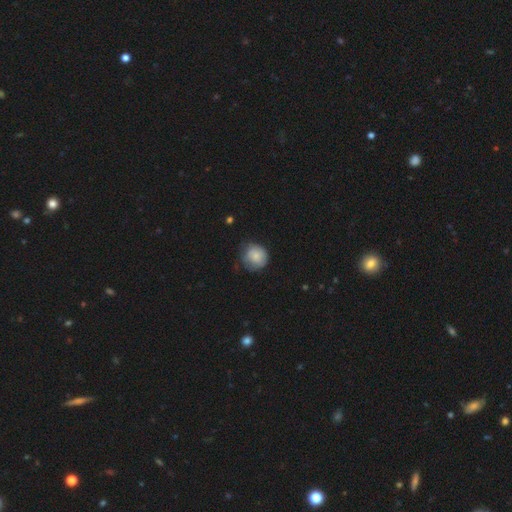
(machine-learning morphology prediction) Smooth or featured?
  - smooth: 79% *
  - featured or disk: 13%
  - star or artifact: 7%
How rounded?
  - round: 88% *
  - in between: 11%
  - cigar-shaped: 1%
Merging?
  - none: 61% *
  - minor disturbance: 29%
  - major disturbance: 9%
  - merger: 1%